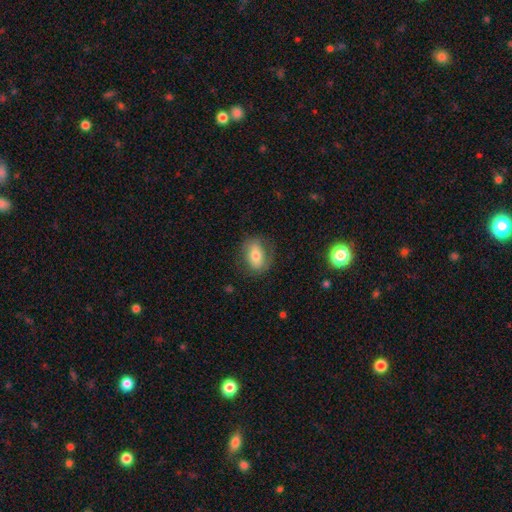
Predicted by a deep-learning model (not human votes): Smooth or featured: smooth — 64% (featured or disk — 28%)
How rounded: in between — 79% (round — 18%)
Merging: none — 74% (minor disturbance — 17%)